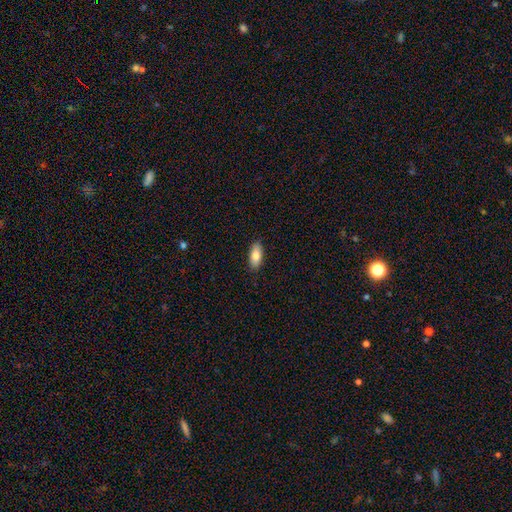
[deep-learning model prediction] A smooth galaxy with no disk features (81%) that is in between round and cigar-shaped (88%).

Vote fractions:
- Smooth or featured? smooth: 81% / featured or disk: 12% / star or artifact: 6%
- How rounded? in between: 88% / cigar-shaped: 10% / round: 2%
- Merging? none: 89% / minor disturbance: 9% / major disturbance: 2% / merger: 1%